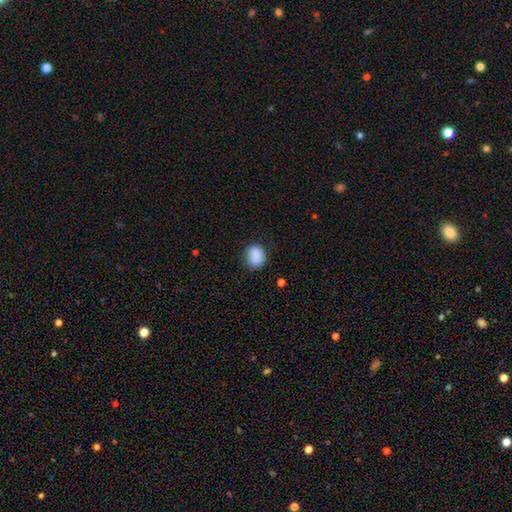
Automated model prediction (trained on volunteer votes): A smooth galaxy with no disk features (76%) that is round (56%). Merging: none (77%).